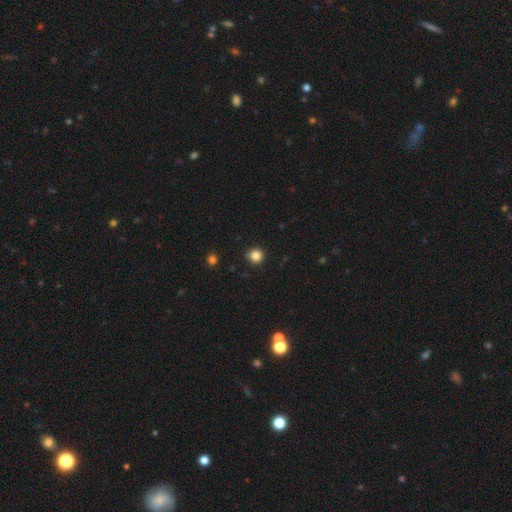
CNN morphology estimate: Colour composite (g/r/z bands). It shows a smooth galaxy with no disk features (84%) that is round (94%). Merging: none (91%).